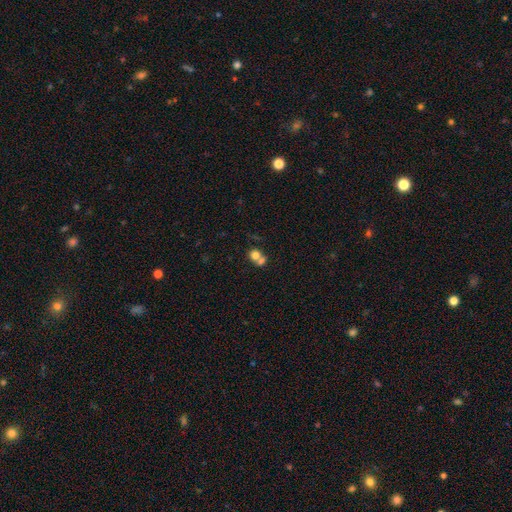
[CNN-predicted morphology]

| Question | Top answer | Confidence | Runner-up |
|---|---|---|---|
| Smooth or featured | smooth | 73% | featured or disk (16%) |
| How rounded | round | 75% | in between (24%) |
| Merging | merger | 56% | none (33%) |